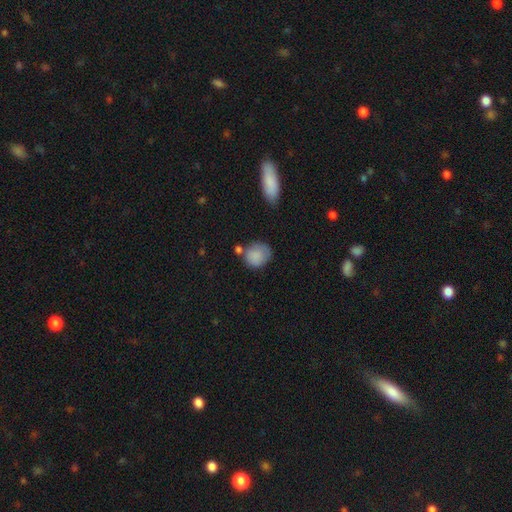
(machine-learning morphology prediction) Smooth or featured? smooth (85%)
How rounded? round (76%)
Merging? none (54%)